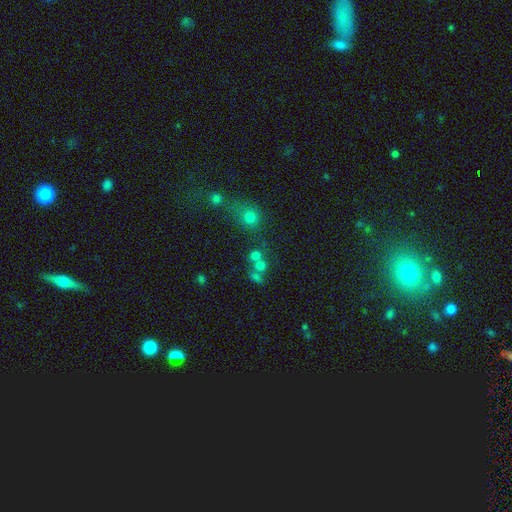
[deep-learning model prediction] Smooth or featured?
  - smooth: 67% *
  - star or artifact: 20%
  - featured or disk: 13%
How rounded?
  - round: 80% *
  - in between: 19%
  - cigar-shaped: 1%
Merging?
  - none: 44% *
  - merger: 42%
  - minor disturbance: 8%
  - major disturbance: 6%